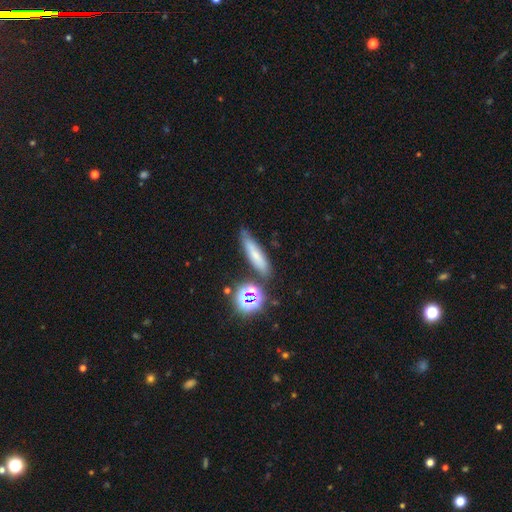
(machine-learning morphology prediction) type=smooth (61%); roundness=cigar-shaped (71%); merging=none (73%).